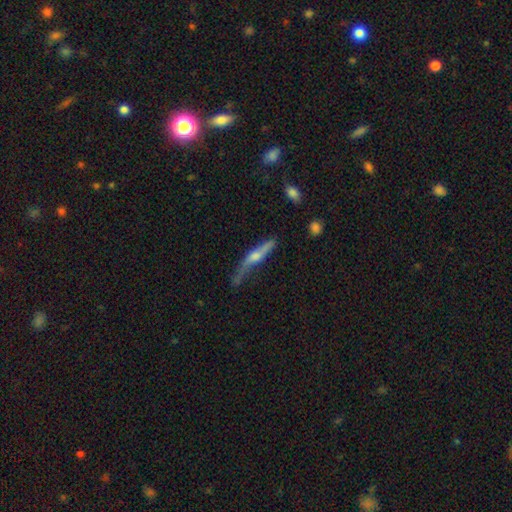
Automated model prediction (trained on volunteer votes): Smooth or featured? featured or disk (72%)
Edge-on disk? yes (90%)
Edge-on bulge? rounded (87%)
Merging? none (56%)